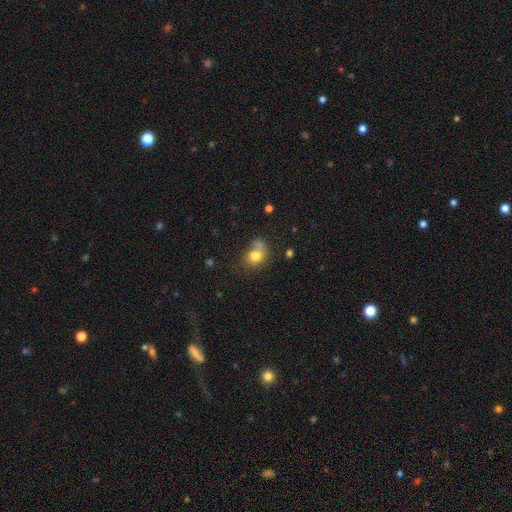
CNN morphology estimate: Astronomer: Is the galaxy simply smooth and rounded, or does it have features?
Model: smooth — 77%.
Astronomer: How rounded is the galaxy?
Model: round — 49%, tied with in between at 49%.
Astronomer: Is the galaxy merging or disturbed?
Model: none — 37% (runner-up: merger, 28%).